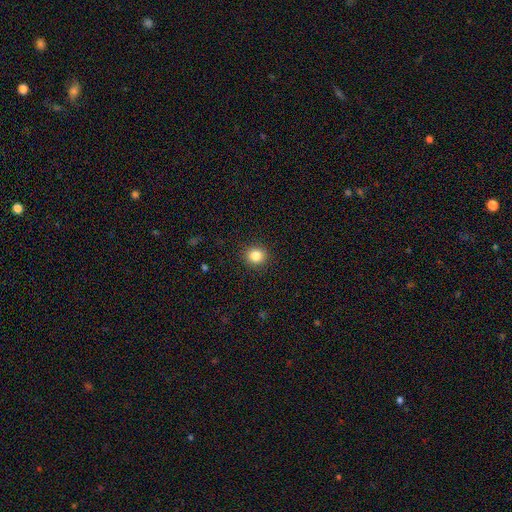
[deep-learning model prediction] A smooth galaxy with no disk features (84%) that is round (88%).

Vote fractions:
- Smooth or featured? smooth: 84% / star or artifact: 11% / featured or disk: 5%
- How rounded? round: 88% / in between: 11% / cigar-shaped: 1%
- Merging? none: 92% / minor disturbance: 6% / major disturbance: 2% / merger: 1%